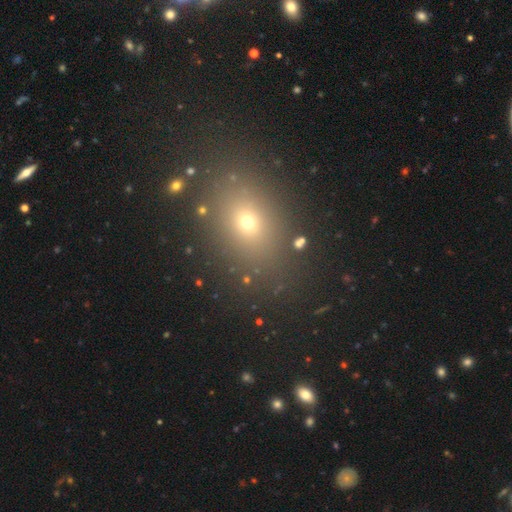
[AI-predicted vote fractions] Q: Smooth or featured?
A: smooth (62%); runner-up: star or artifact (27%)
Q: How rounded?
A: in between (62%); runner-up: round (36%)
Q: Merging?
A: none (86%); runner-up: minor disturbance (8%)